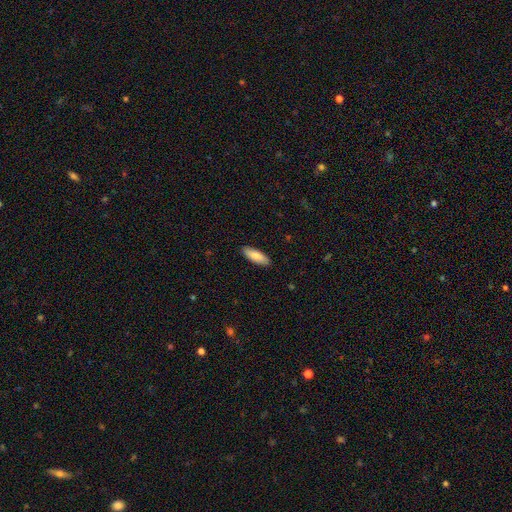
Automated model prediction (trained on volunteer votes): The model was most divided on "how rounded": in between: 59%, cigar-shaped: 40%, round: 2%. More confident: merging — none (89%); smooth or featured — smooth (84%).